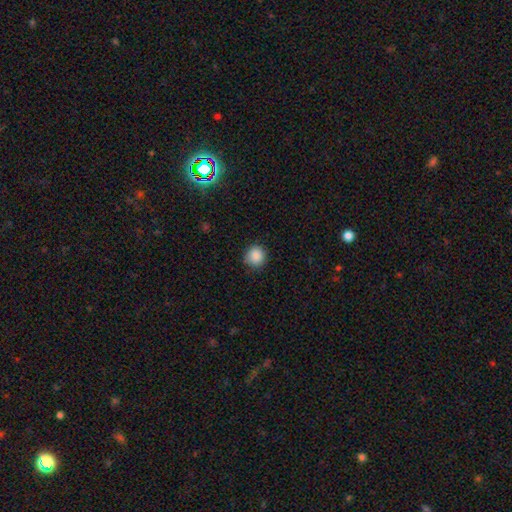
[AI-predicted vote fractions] Smooth or featured? Predicted: smooth (p=0.88). How rounded? Predicted: round (p=0.93). Merging? Predicted: none (p=0.86).